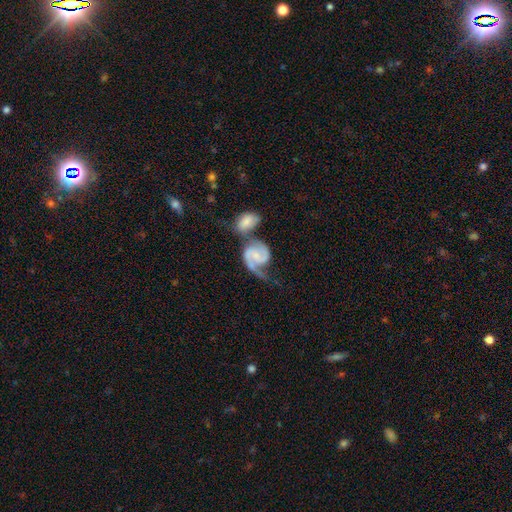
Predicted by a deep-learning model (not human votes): Morphology: type=featured or disk (83%); edge-on=no (98%); bar=no (49%); spiral arms=yes (96%); winding=medium (47%); arm count=2 (75%); bulge=small (46%); merging=merger (49%).